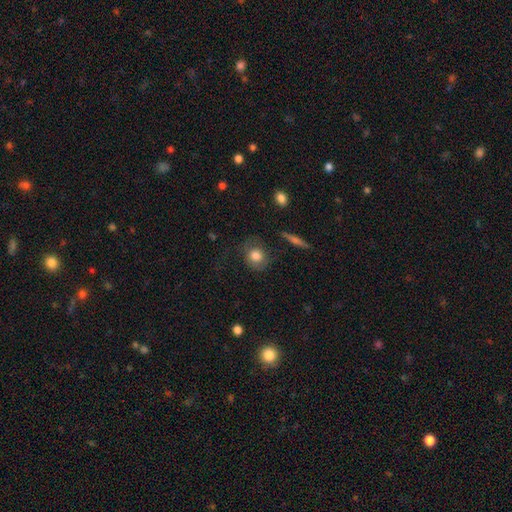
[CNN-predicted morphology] Smooth or featured?
  - smooth: 78% *
  - featured or disk: 14%
  - star or artifact: 8%
How rounded?
  - round: 81% *
  - in between: 18%
  - cigar-shaped: 1%
Merging?
  - none: 69% *
  - minor disturbance: 19%
  - major disturbance: 10%
  - merger: 2%